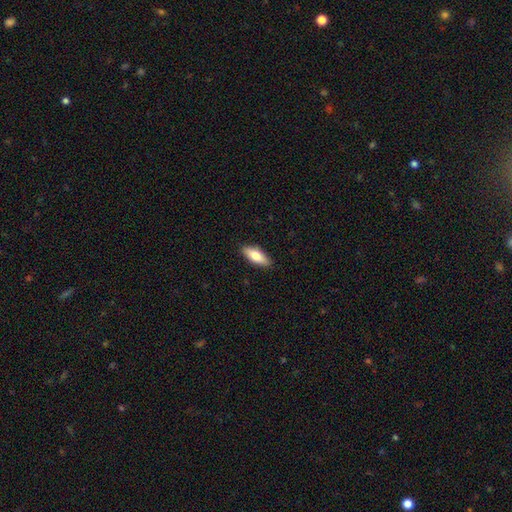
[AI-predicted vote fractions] A smooth galaxy with no disk features (73%) that is in between round and cigar-shaped (68%).

Vote fractions:
- Smooth or featured? smooth: 73% / featured or disk: 21% / star or artifact: 6%
- How rounded? in between: 68% / cigar-shaped: 30% / round: 2%
- Merging? none: 89% / minor disturbance: 8% / major disturbance: 2% / merger: 1%